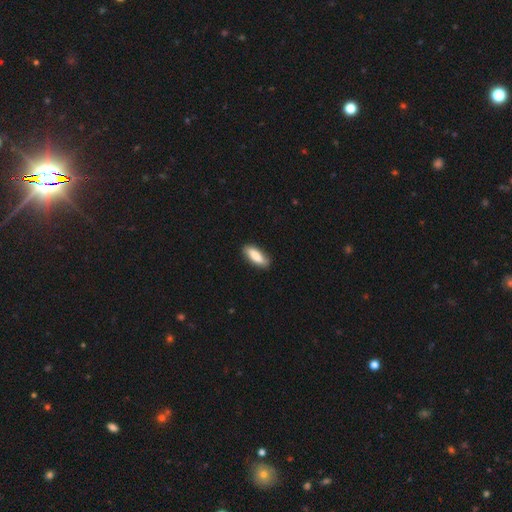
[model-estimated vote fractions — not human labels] smooth 81%, featured or disk 13%, star or artifact 6%. Down the decision tree: how rounded — in between (73%); merging — none (84%).